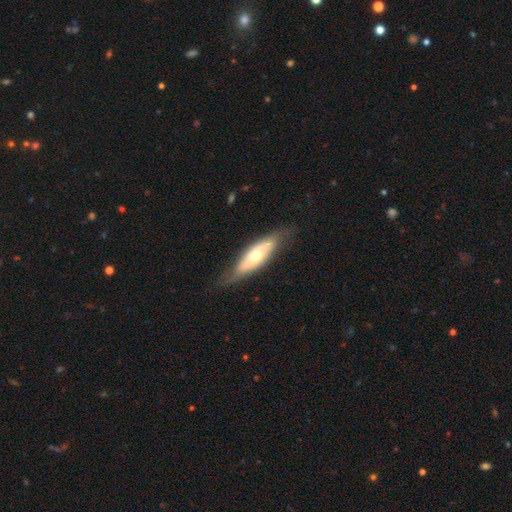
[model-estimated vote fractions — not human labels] This is possibly a featured or disk galaxy (52%). It is possibly not viewed edge-on (60%). Merging: likely none (70%).